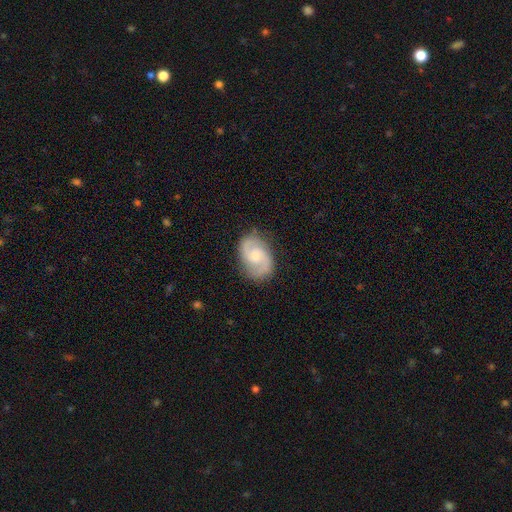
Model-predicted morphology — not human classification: This is clearly a featured or disk galaxy (82%). It is clearly not viewed edge-on (98%). Bar: possibly no (54%). Spiral arm pattern: clearly yes (97%). Spiral arm count: clearly 2 (91%). Spiral winding: possibly medium (55%). Central bulge: possibly small (48%). Merging: clearly none (82%).